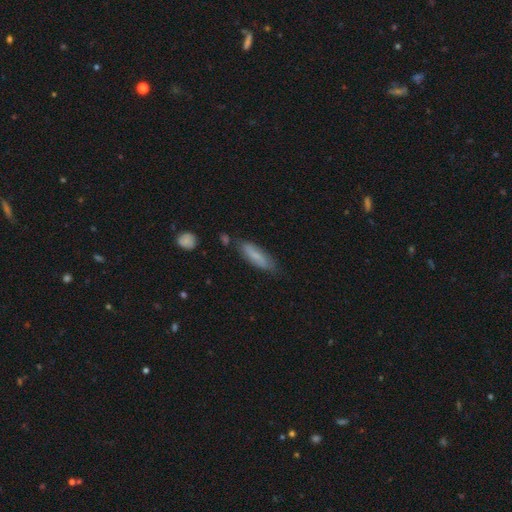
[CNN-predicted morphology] type=smooth (70%); roundness=cigar-shaped (60%); merging=none (72%).